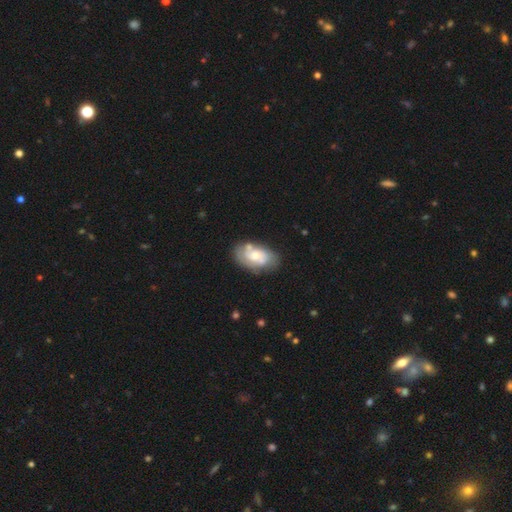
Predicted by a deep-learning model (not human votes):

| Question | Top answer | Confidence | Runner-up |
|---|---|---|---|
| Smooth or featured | featured or disk | 54% | smooth (39%) |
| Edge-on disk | no | 95% | yes (5%) |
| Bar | no | 75% | weak (21%) |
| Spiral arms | yes | 68% | no (32%) |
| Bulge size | moderate | 49% | small (41%) |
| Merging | none | 62% | minor disturbance (22%) |